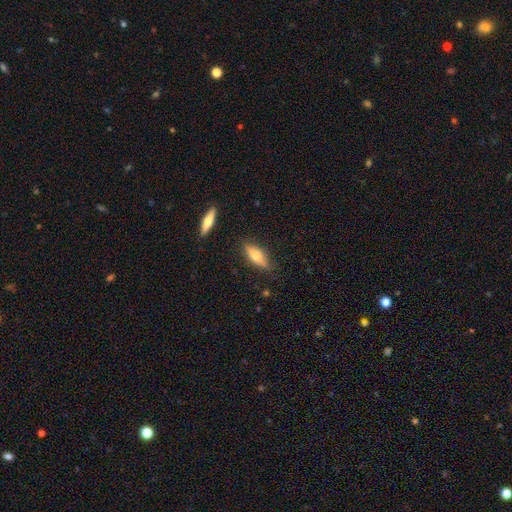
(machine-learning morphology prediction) smooth_or_featured: smooth (p=0.57) [alt: featured or disk p=0.36]
how_rounded: cigar-shaped (p=0.49) [tied with: in between p=0.49]
merging: none (p=0.81) [alt: minor disturbance p=0.14]